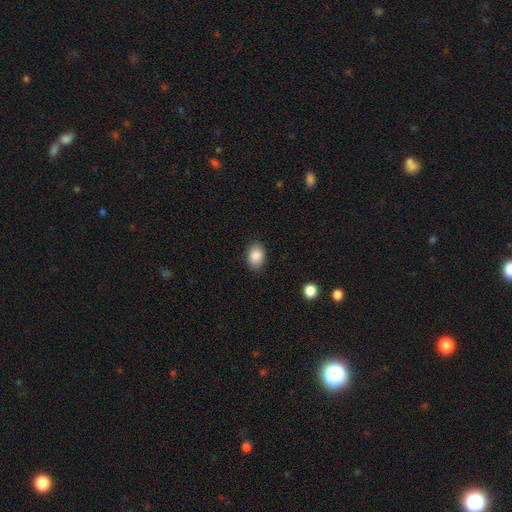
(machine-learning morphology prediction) Smooth or featured? Predicted: smooth (p=0.88). How rounded? Predicted: in between (p=0.75). Merging? Predicted: none (p=0.87).